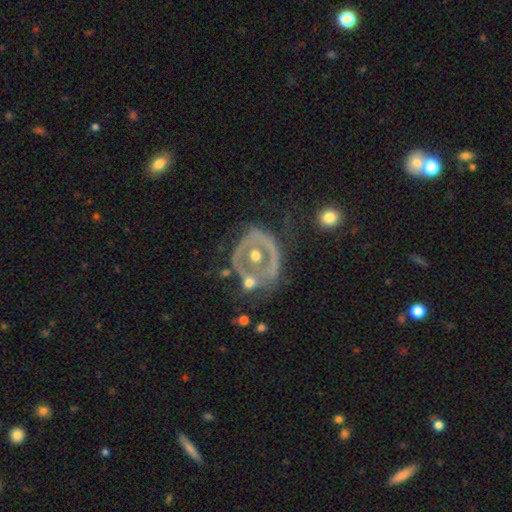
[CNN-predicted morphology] Smooth or featured? featured or disk (70%)
Edge-on disk? no (95%)
Bar? no (82%)
Spiral arms? no (78%)
Bulge size? moderate (73%)
Merging? none (50%)